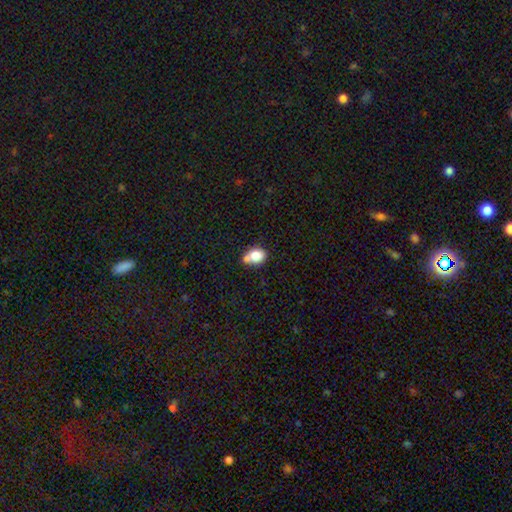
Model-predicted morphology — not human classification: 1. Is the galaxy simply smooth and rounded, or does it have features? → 79% smooth, 12% featured or disk, 10% star or artifact.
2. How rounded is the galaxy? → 51% round, 48% in between, 1% cigar-shaped.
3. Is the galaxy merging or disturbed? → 46% none, 34% merger, 15% minor disturbance, 5% major disturbance.